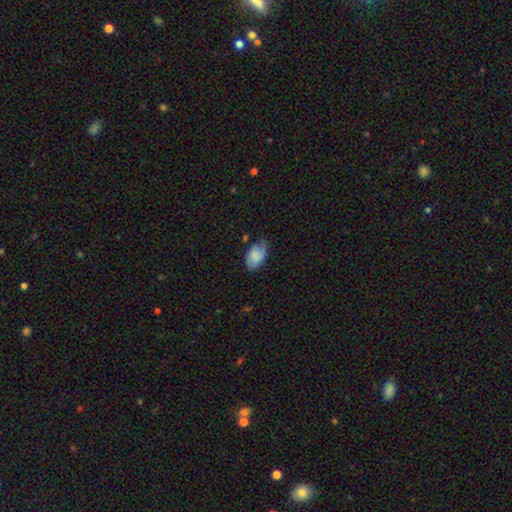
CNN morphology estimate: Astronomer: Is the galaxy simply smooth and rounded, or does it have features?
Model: smooth — 67%.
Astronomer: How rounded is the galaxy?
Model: in between — 91%.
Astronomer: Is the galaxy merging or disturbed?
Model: none — 53% (runner-up: minor disturbance, 35%).